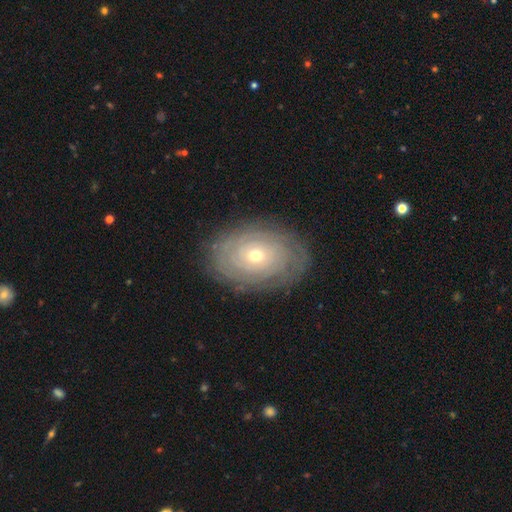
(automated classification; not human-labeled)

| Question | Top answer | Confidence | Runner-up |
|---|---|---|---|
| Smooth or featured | featured or disk | 75% | smooth (18%) |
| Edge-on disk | no | 95% | yes (5%) |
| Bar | no | 83% | weak (13%) |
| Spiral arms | yes | 84% | no (16%) |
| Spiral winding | tight | 87% | medium (10%) |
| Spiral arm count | can't tell | 55% | 2 (12%) |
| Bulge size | small | 50% | moderate (47%) |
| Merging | none | 83% | minor disturbance (12%) |